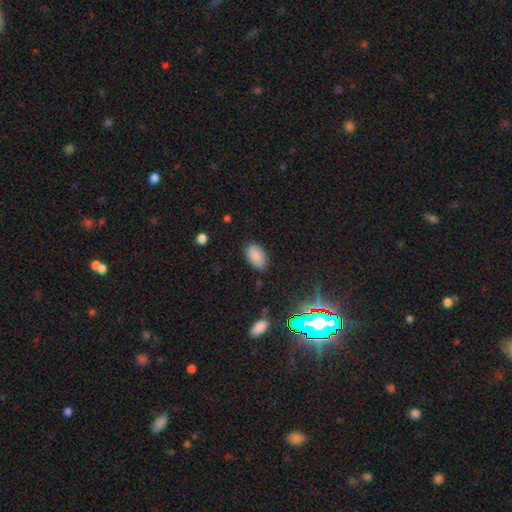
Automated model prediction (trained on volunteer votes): The model was most divided on "merging": none: 83%, minor disturbance: 13%, major disturbance: 3%, merger: 1%. More confident: how rounded — in between (93%); smooth or featured — smooth (85%).